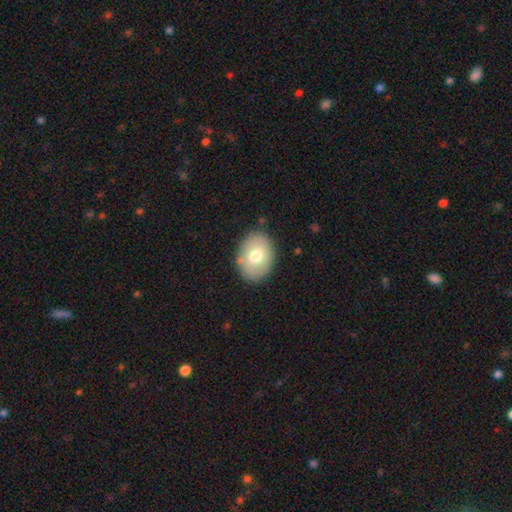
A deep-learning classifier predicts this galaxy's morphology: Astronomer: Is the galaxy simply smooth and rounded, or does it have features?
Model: smooth — 71%.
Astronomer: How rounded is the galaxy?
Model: in between — 69%.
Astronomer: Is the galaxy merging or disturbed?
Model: none — 83%.